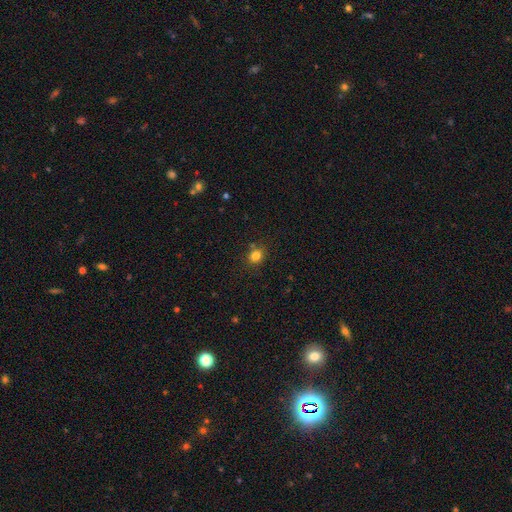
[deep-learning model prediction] smooth 81%, star or artifact 13%, featured or disk 5%. Down the decision tree: how rounded — round (73%); merging — none (81%).